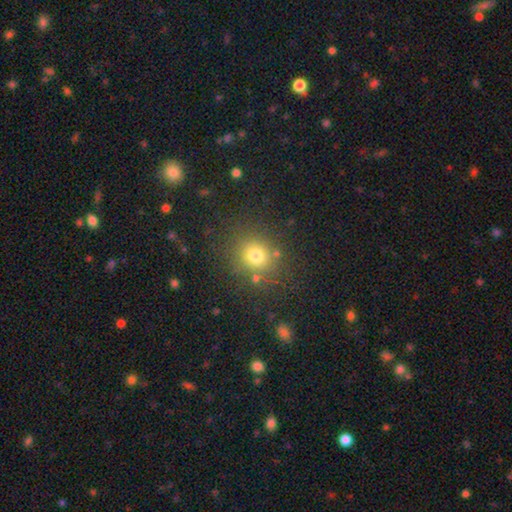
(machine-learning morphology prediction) Overall: smooth (74%). How rounded: round (84%). Merging: none (80%).